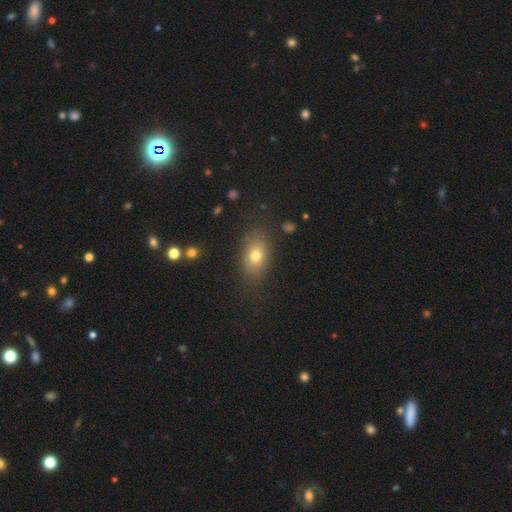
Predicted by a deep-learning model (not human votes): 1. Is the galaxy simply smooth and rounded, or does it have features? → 74% smooth, 14% featured or disk, 12% star or artifact.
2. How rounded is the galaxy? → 79% in between, 19% round, 2% cigar-shaped.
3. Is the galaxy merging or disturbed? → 81% none, 12% minor disturbance, 5% major disturbance, 2% merger.